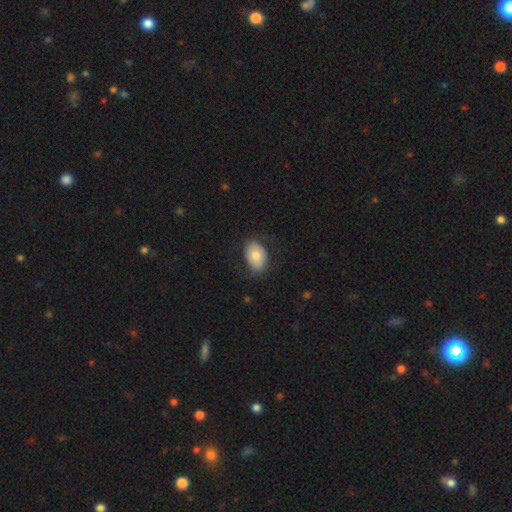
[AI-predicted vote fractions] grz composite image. It shows a smooth galaxy with no disk features (77%) that is in between round and cigar-shaped (84%). Merging: none (79%).